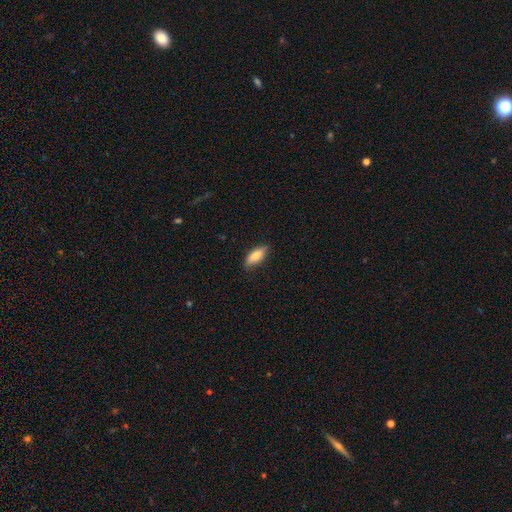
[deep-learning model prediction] Q: Smooth or featured?
A: smooth (78%); runner-up: featured or disk (16%)
Q: How rounded?
A: in between (72%); runner-up: cigar-shaped (26%)
Q: Merging?
A: none (83%); runner-up: minor disturbance (14%)